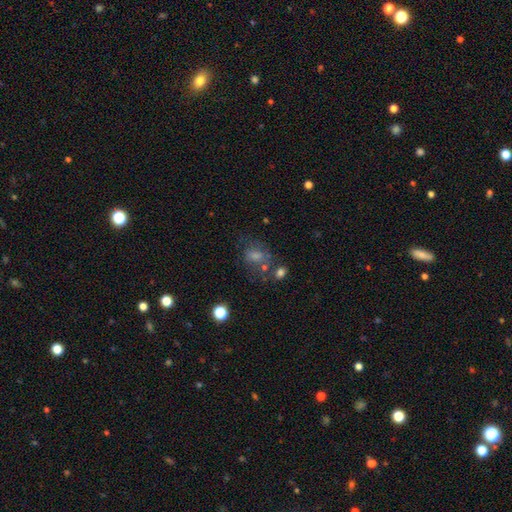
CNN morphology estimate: This appears to be a smooth galaxy with no disk features (67%) that is in between round and cigar-shaped (64%). Merging: none (47%).